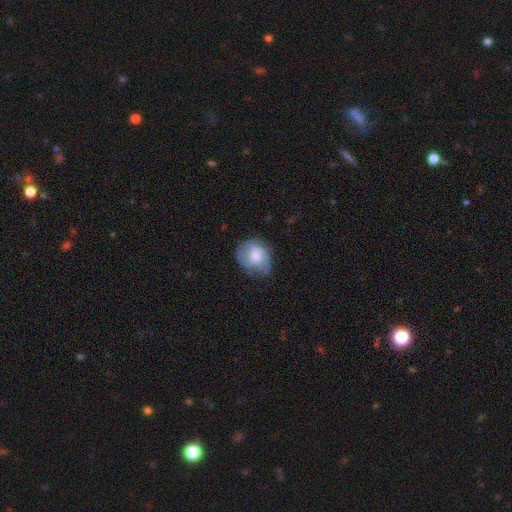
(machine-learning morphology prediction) Q: Smooth or featured?
A: featured or disk (49%); runner-up: smooth (43%)
Q: Merging?
A: none (60%); runner-up: minor disturbance (28%)